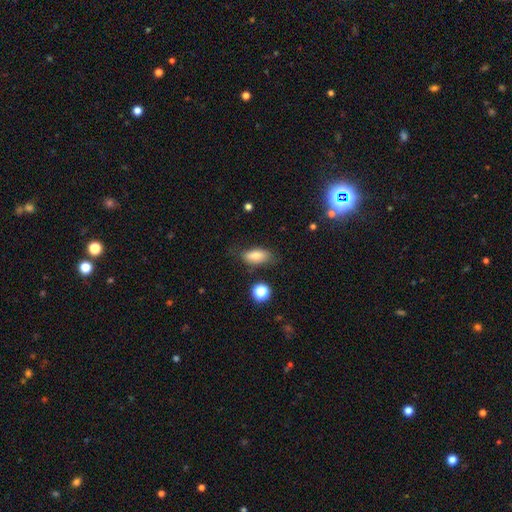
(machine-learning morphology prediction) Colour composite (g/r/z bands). It shows a smooth galaxy with no disk features (80%) that is in between round and cigar-shaped (83%). Merging: none (71%).